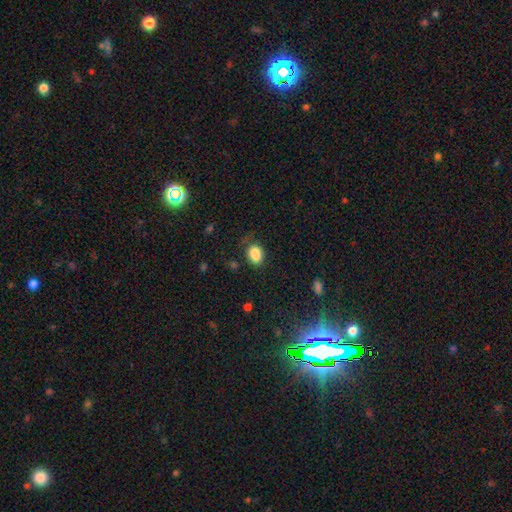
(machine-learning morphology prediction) type=smooth (86%); roundness=in between (69%); merging=none (67%).